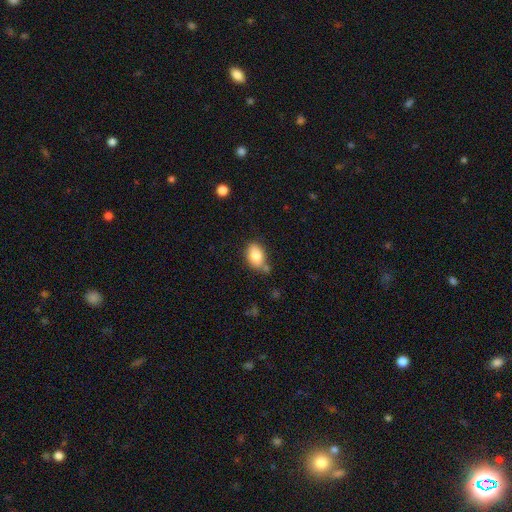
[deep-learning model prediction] Smooth or featured: smooth — 84% (featured or disk — 9%)
How rounded: in between — 85% (round — 14%)
Merging: none — 66% (minor disturbance — 21%)